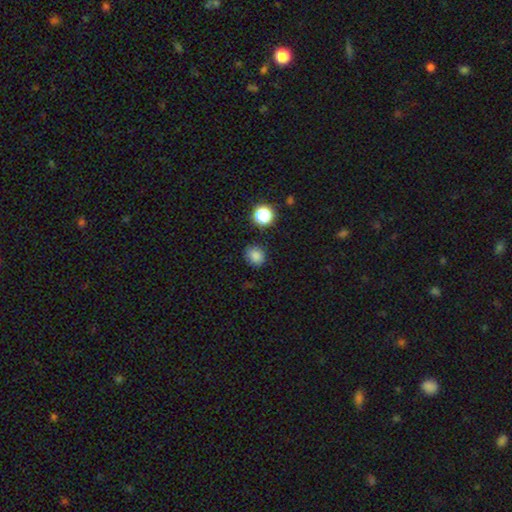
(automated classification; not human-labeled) A smooth galaxy with no disk features (82%) that is round (71%). Merging: none (83%).